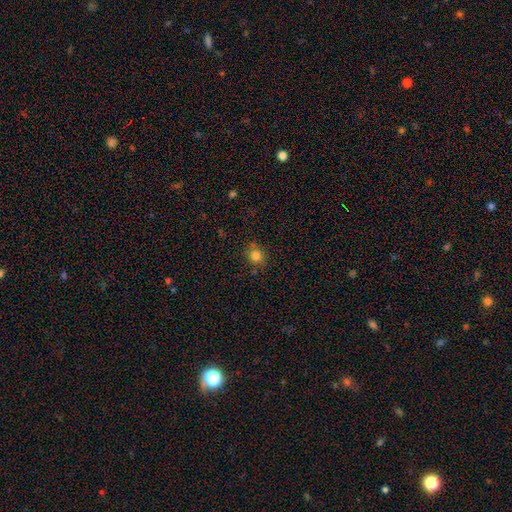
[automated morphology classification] smooth-or-featured: smooth: 82% | star or artifact: 13% | featured or disk: 6%
  how-rounded: round: 81% | in between: 18% | cigar-shaped: 1%
  merging: none: 78% | minor disturbance: 14% | merger: 4% | major disturbance: 4%